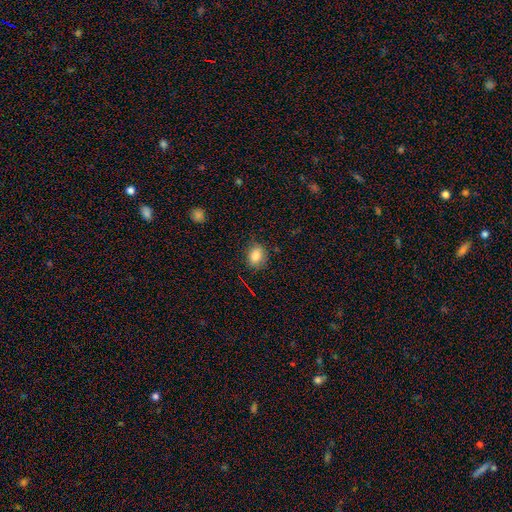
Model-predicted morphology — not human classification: A smooth galaxy with no disk features (83%) that is in between round and cigar-shaped (60%).

Vote fractions:
- Smooth or featured? smooth: 83% / star or artifact: 10% / featured or disk: 7%
- How rounded? in between: 60% / round: 39% / cigar-shaped: 1%
- Merging? none: 80% / minor disturbance: 15% / major disturbance: 4% / merger: 1%